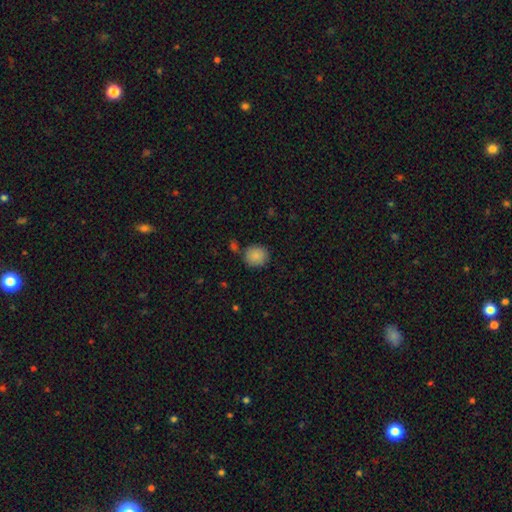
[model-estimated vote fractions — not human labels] A smooth galaxy with no disk features (87%) that is round (87%).

Vote fractions:
- Smooth or featured? smooth: 87% / star or artifact: 8% / featured or disk: 4%
- How rounded? round: 87% / in between: 12% / cigar-shaped: 1%
- Merging? none: 80% / minor disturbance: 11% / merger: 7% / major disturbance: 3%